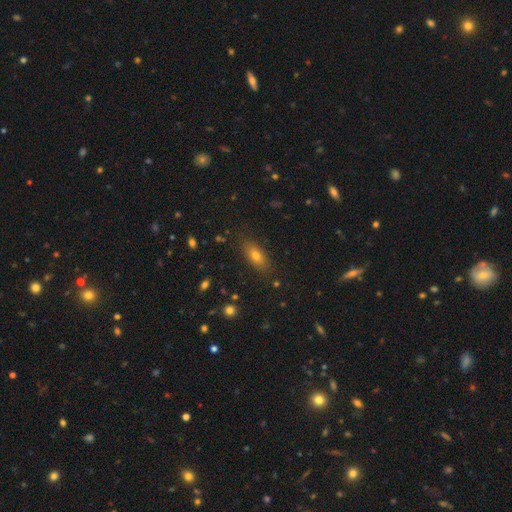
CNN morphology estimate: smooth 71%, featured or disk 15%, star or artifact 14%. Down the decision tree: how rounded — in between (74%); merging — none (84%).